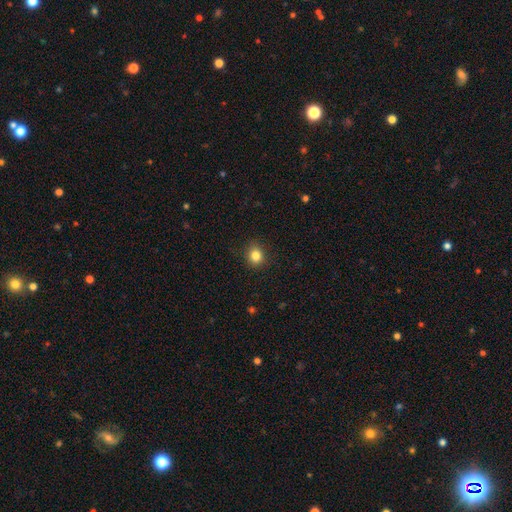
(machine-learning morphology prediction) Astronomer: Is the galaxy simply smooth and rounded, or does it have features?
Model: smooth — 84%.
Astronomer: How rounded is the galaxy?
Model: round — 76%.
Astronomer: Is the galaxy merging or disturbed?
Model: none — 89%.